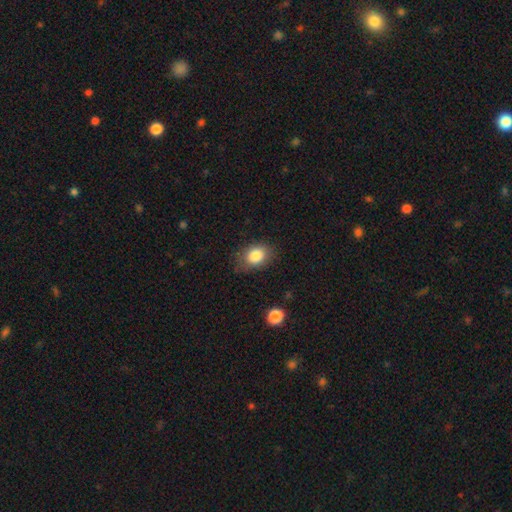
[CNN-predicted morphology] Smooth or featured: smooth — 84% (star or artifact — 9%)
How rounded: in between — 69% (round — 30%)
Merging: none — 76% (minor disturbance — 18%)